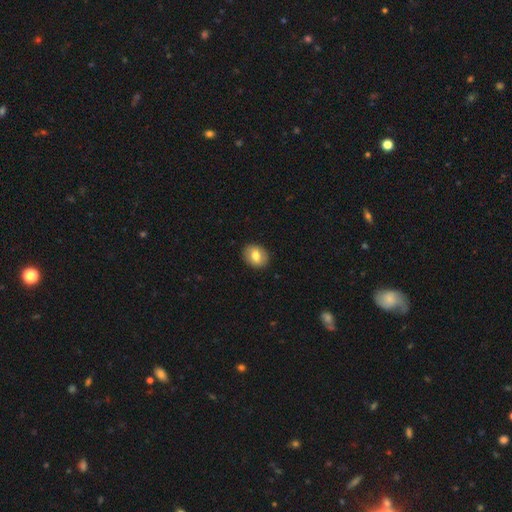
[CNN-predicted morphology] This appears to be a smooth galaxy with no disk features (75%) that is in between round and cigar-shaped (51%). Merging: none (90%).